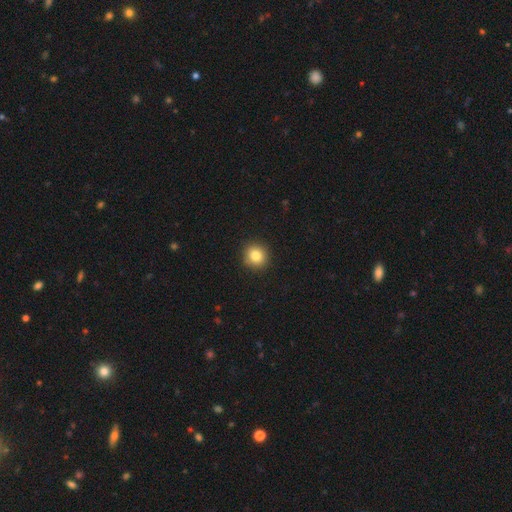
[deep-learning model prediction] The model was most divided on "smooth or featured": smooth: 83%, star or artifact: 11%, featured or disk: 7%. More confident: merging — none (91%); how rounded — round (90%).